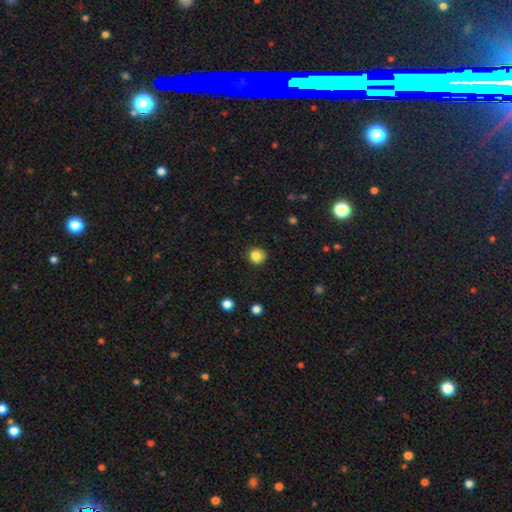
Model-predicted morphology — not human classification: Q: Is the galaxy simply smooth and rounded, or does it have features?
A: smooth — 84%.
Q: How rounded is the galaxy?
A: round — 93%.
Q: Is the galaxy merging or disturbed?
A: none — 89%.